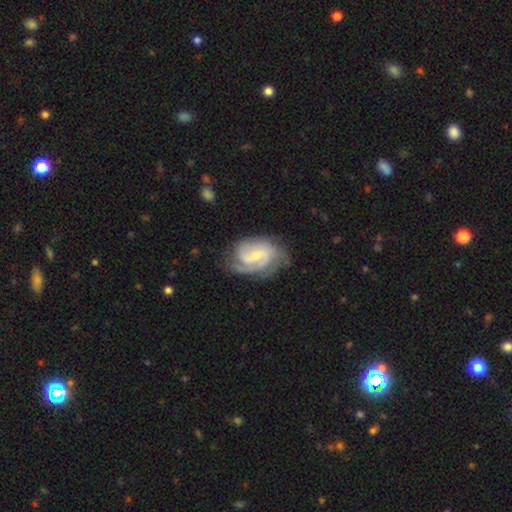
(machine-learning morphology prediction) This is clearly a featured or disk galaxy (86%). It is clearly not viewed edge-on (98%). Bar: possibly weak (55%). Spiral arm pattern: clearly yes (97%). Spiral arm count: possibly 2 (48%). Spiral winding: possibly tight (47%). Central bulge: possibly small (60%). Merging: likely none (68%).